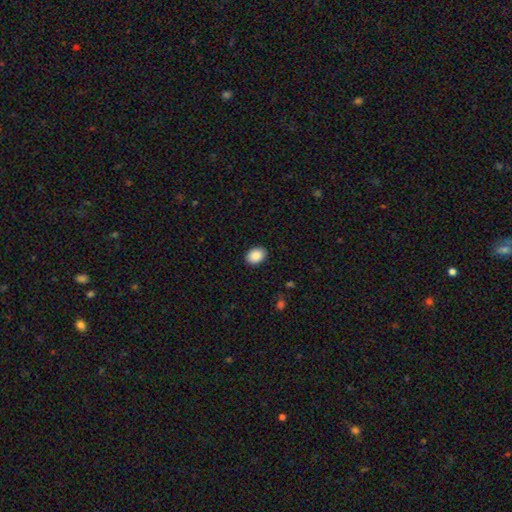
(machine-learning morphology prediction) smooth 90%, star or artifact 7%, featured or disk 3%. Down the decision tree: how rounded — in between (65%); merging — none (90%).